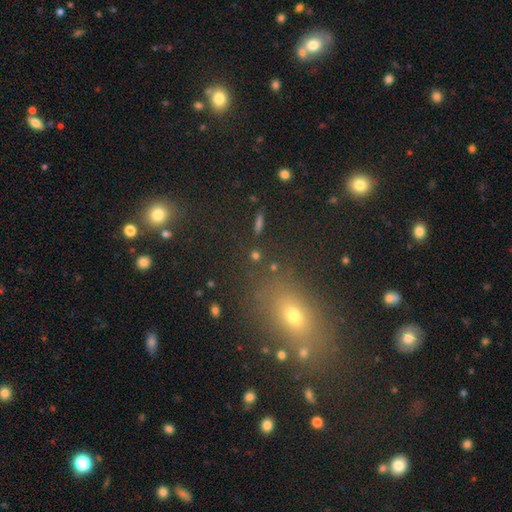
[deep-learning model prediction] A smooth galaxy with no disk features (52%) that is in between round and cigar-shaped (48%). Merging: none (78%).